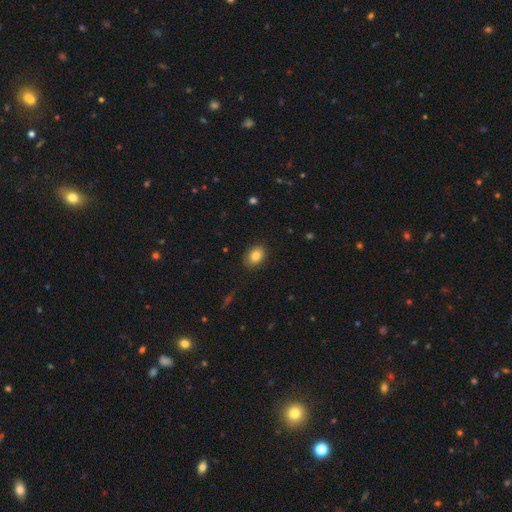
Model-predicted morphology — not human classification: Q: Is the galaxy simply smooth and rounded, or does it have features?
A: smooth — 84%.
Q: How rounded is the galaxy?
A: in between — 72%.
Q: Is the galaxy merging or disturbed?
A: none — 87%.